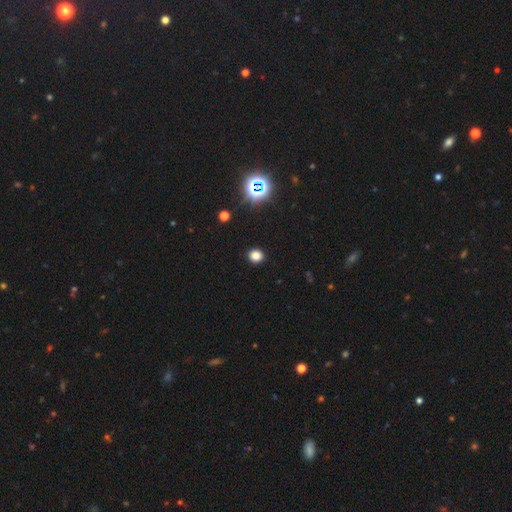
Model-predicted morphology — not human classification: smooth 79%, star or artifact 17%, featured or disk 4%. Down the decision tree: how rounded — round (76%); merging — none (91%).